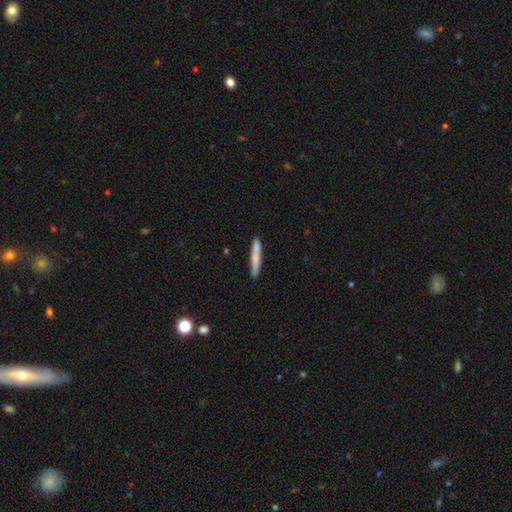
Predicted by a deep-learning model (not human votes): Smooth or featured: smooth — 76% (featured or disk — 19%)
How rounded: cigar-shaped — 95% (in between — 4%)
Merging: none — 89% (minor disturbance — 8%)